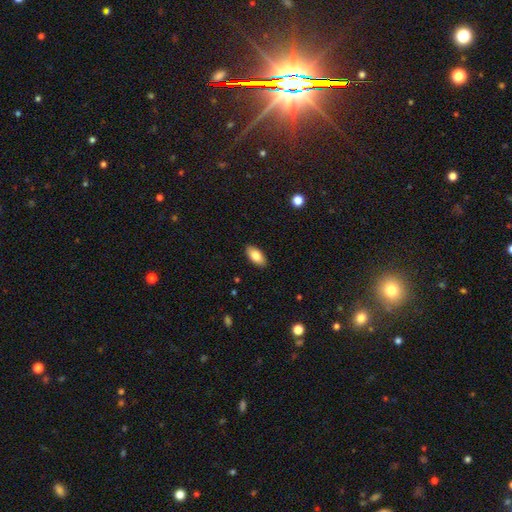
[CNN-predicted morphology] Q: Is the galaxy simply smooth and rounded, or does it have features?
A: smooth — 83%.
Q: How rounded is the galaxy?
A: in between — 91%.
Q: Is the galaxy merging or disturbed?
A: none — 90%.